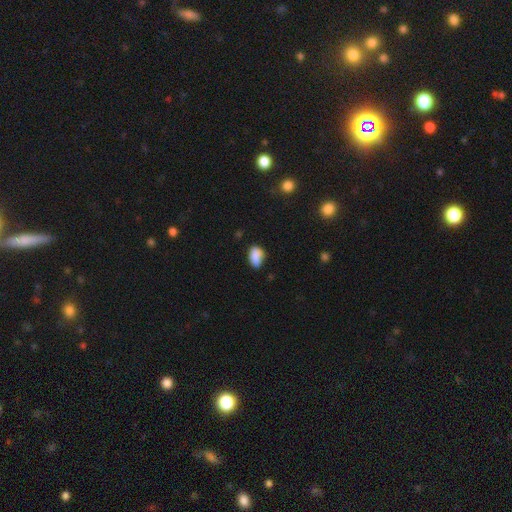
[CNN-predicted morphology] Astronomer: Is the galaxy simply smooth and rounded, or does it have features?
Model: smooth — 86%.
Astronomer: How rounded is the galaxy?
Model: in between — 87%.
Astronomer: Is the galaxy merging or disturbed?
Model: none — 58%.